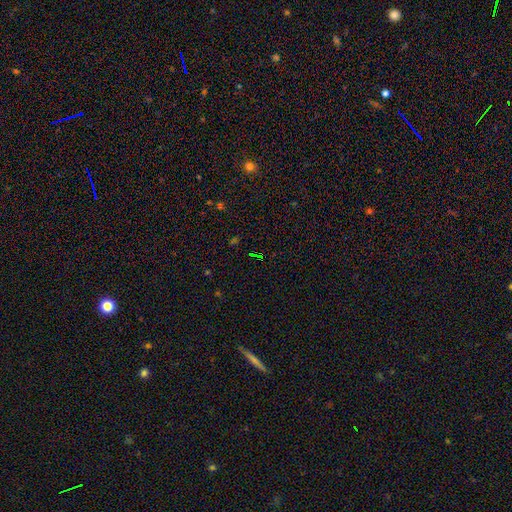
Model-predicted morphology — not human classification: This appears to be a star or artifact, not a galaxy (73%).